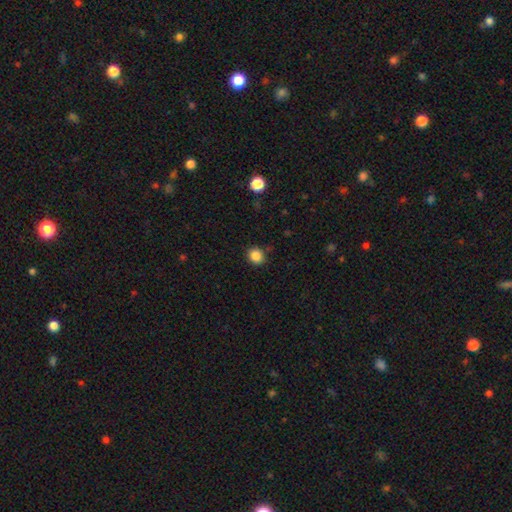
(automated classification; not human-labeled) Smooth or featured: smooth — 86% (star or artifact — 11%)
How rounded: round — 77% (in between — 22%)
Merging: none — 86% (minor disturbance — 10%)